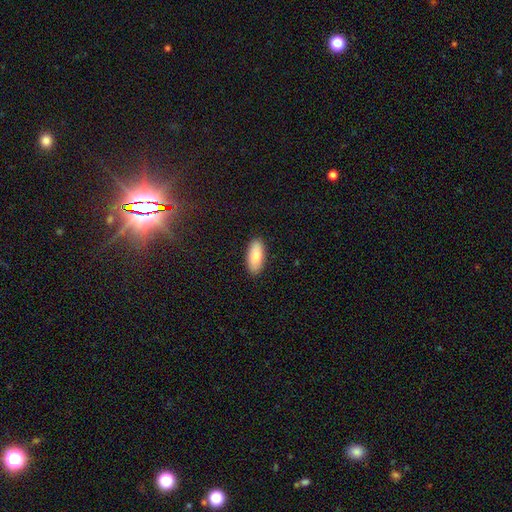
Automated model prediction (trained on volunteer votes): smooth 87%, featured or disk 8%, star or artifact 6%. Down the decision tree: how rounded — in between (85%); merging — none (89%).